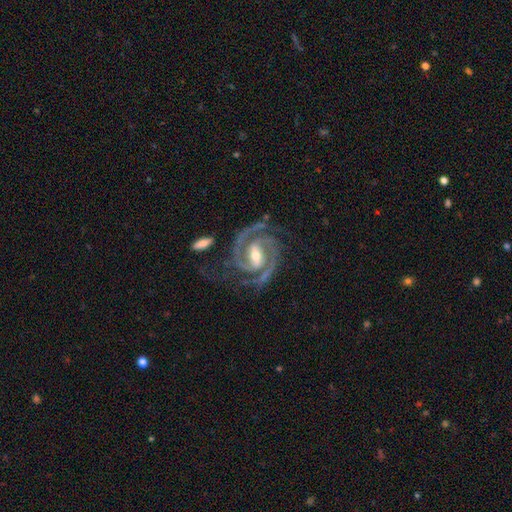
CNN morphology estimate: Smooth or featured? Predicted: featured or disk (p=0.94). Edge-on disk? Predicted: no (p=0.98). Bar? Predicted: strong (p=0.49). Spiral arms? Predicted: yes (p=0.99). Spiral winding? Predicted: tight (p=0.51). Spiral arm count? Predicted: 2 (p=0.85). Bulge size? Predicted: moderate (p=0.60). Merging? Predicted: none (p=0.72).